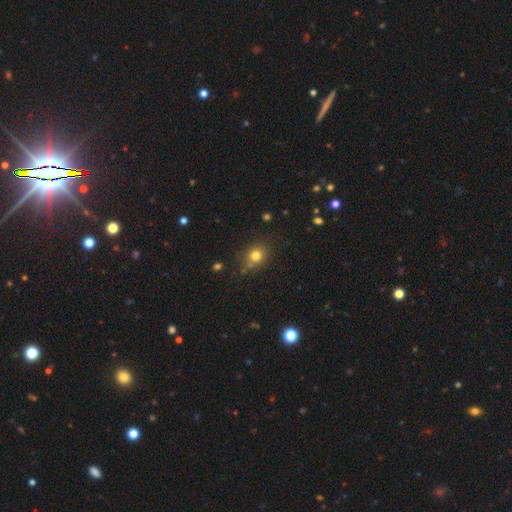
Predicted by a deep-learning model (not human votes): Morphology: type=smooth (78%); roundness=round (78%); merging=none (75%).